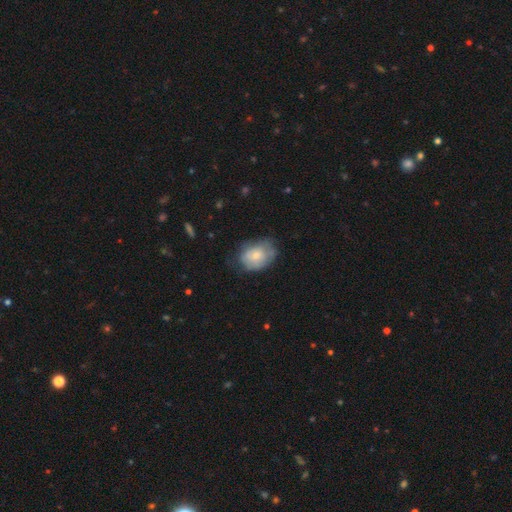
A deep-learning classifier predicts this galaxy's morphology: Smooth or featured? smooth (68%)
How rounded? in between (69%)
Merging? none (54%)